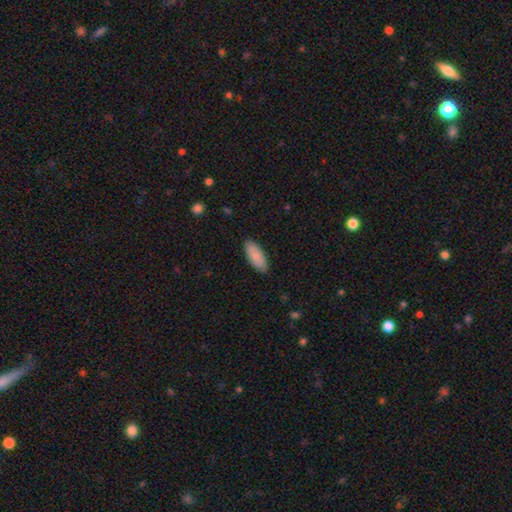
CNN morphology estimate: Q: Smooth or featured?
A: smooth (86%); runner-up: featured or disk (9%)
Q: How rounded?
A: in between (84%); runner-up: cigar-shaped (14%)
Q: Merging?
A: none (87%); runner-up: minor disturbance (10%)